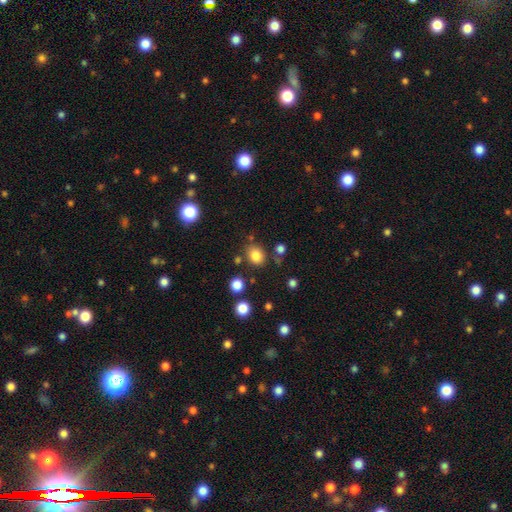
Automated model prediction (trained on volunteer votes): Morphology: type=smooth (82%); roundness=round (57%); merging=none (79%).